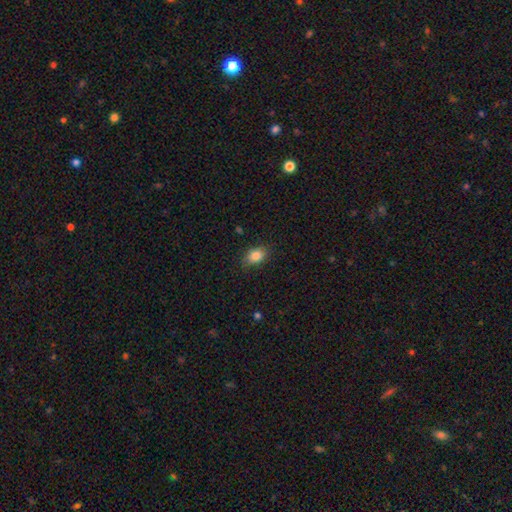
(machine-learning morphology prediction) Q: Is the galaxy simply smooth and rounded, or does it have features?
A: smooth — 84%.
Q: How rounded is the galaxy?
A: in between — 82%.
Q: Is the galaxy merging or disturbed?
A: none — 82%.